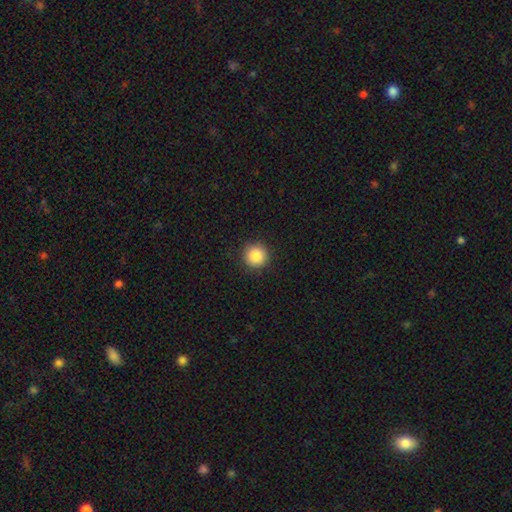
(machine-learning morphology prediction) This is clearly a smooth galaxy (87%). How rounded: clearly round (96%). Merging: clearly none (92%).